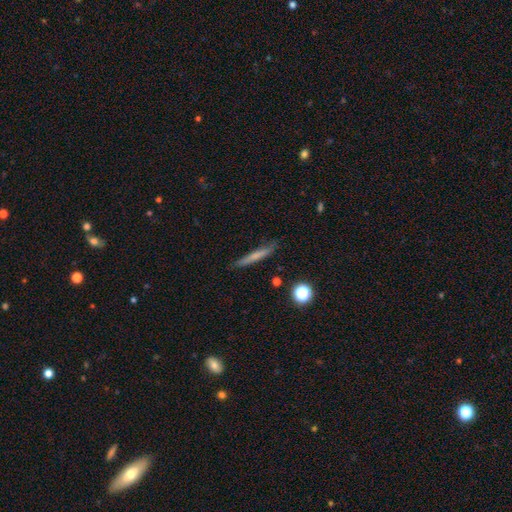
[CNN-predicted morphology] Smooth or featured?
  - smooth: 63% *
  - featured or disk: 28%
  - star or artifact: 8%
How rounded?
  - cigar-shaped: 93% *
  - in between: 4%
  - round: 2%
Merging?
  - none: 84% *
  - minor disturbance: 12%
  - major disturbance: 3%
  - merger: 2%